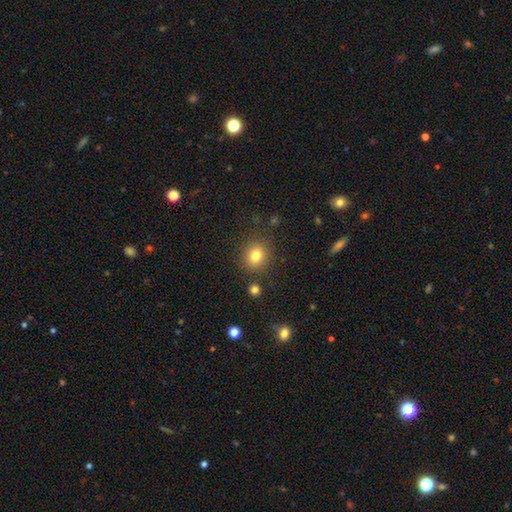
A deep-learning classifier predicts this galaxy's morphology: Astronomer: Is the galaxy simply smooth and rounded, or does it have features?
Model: smooth — 80%.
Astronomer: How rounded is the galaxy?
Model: round — 82%.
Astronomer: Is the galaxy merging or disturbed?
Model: none — 85%.